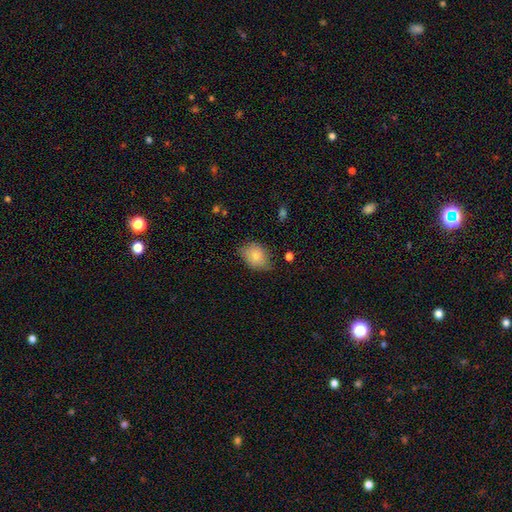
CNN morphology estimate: A smooth galaxy with no disk features (79%) that is in between round and cigar-shaped (69%).

Vote fractions:
- Smooth or featured? smooth: 79% / featured or disk: 13% / star or artifact: 8%
- How rounded? in between: 69% / round: 30% / cigar-shaped: 1%
- Merging? none: 68% / minor disturbance: 26% / major disturbance: 5% / merger: 1%